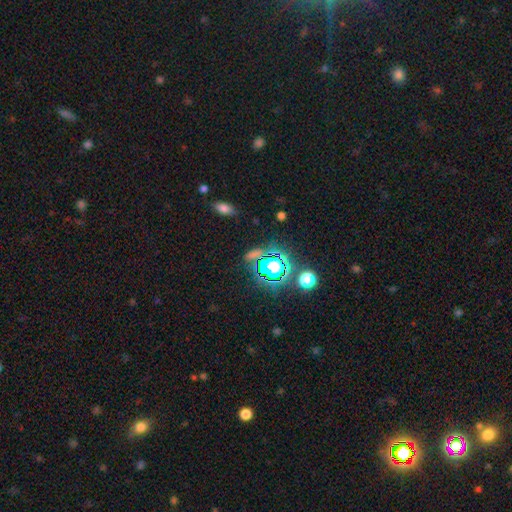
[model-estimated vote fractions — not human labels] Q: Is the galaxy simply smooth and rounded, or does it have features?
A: star or artifact — 68%.